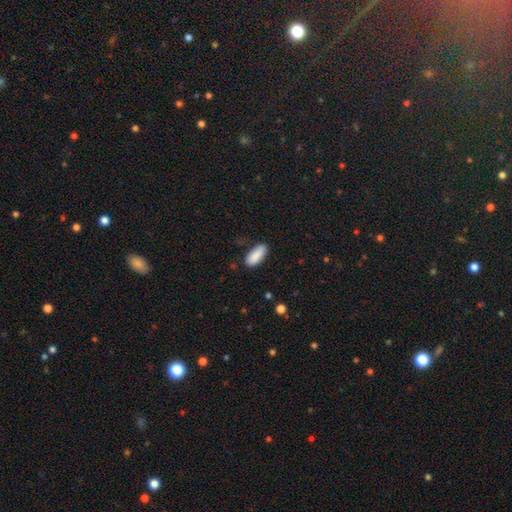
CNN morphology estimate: smooth 89%, star or artifact 6%, featured or disk 5%. Down the decision tree: how rounded — in between (81%); merging — none (79%).